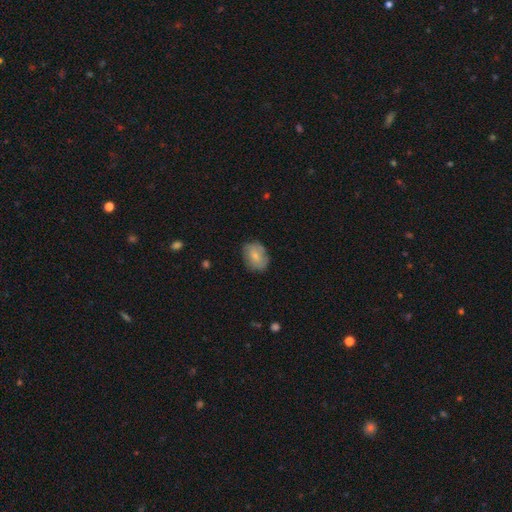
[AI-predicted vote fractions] This appears to be a smooth galaxy with no disk features (66%) that is in between round and cigar-shaped (68%). Merging: none (72%).